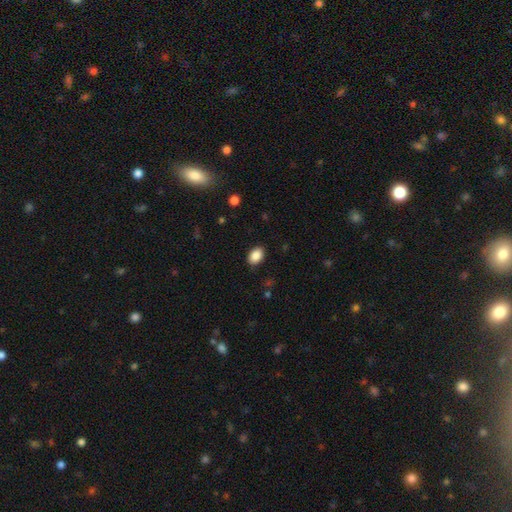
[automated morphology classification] Smooth or featured? Predicted: smooth (p=0.89). How rounded? Predicted: in between (p=0.84). Merging? Predicted: none (p=0.88).